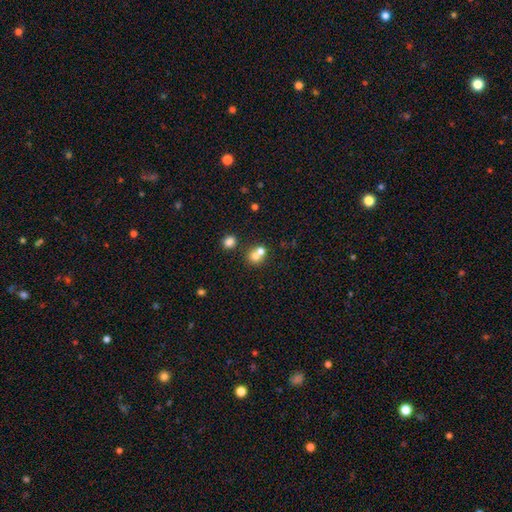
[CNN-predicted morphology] smooth_or_featured: smooth (p=0.71) [alt: star or artifact p=0.15]
how_rounded: round (p=0.80) [alt: in between p=0.19]
merging: merger (p=0.51) [alt: none p=0.40]